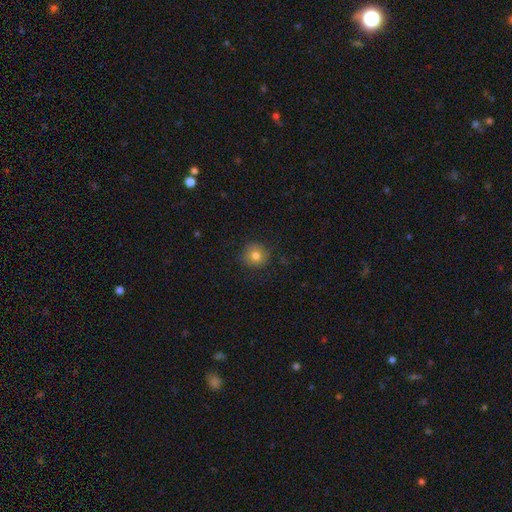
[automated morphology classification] Smooth or featured: smooth — 79% (star or artifact — 11%)
How rounded: round — 90% (in between — 9%)
Merging: none — 85% (minor disturbance — 11%)